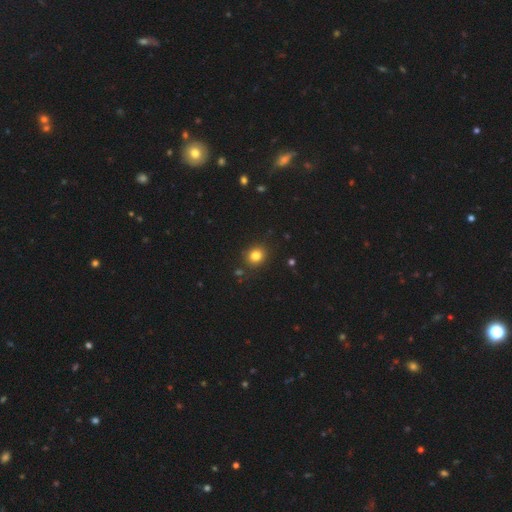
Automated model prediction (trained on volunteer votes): Q: Smooth or featured?
A: smooth (82%); runner-up: star or artifact (12%)
Q: How rounded?
A: round (76%); runner-up: in between (23%)
Q: Merging?
A: none (87%); runner-up: minor disturbance (8%)